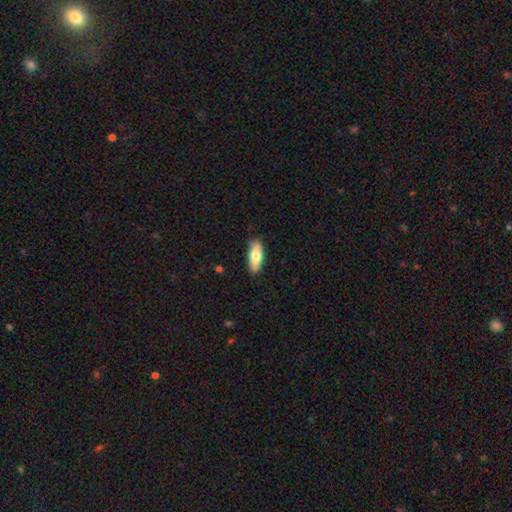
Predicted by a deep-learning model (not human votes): smooth-or-featured: smooth: 75% | featured or disk: 19% | star or artifact: 6%
  how-rounded: in between: 72% | cigar-shaped: 26% | round: 2%
  merging: none: 85% | minor disturbance: 11% | major disturbance: 2% | merger: 1%